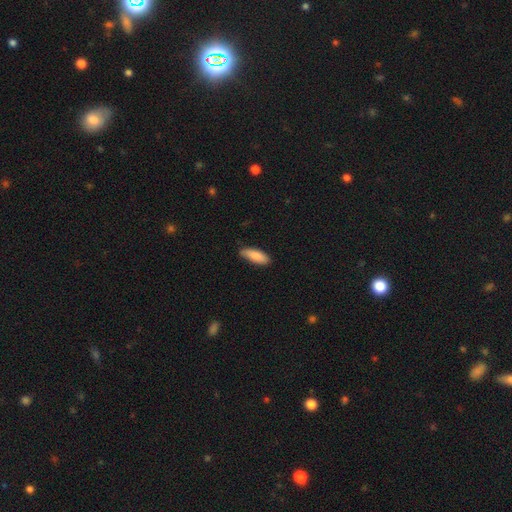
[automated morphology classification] type=smooth (88%); roundness=in between (64%); merging=none (80%).